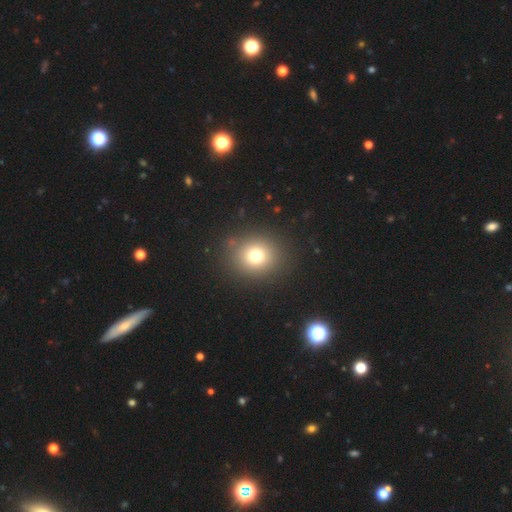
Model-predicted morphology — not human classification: Overall: smooth (74%). How rounded: round (82%). Merging: none (87%).